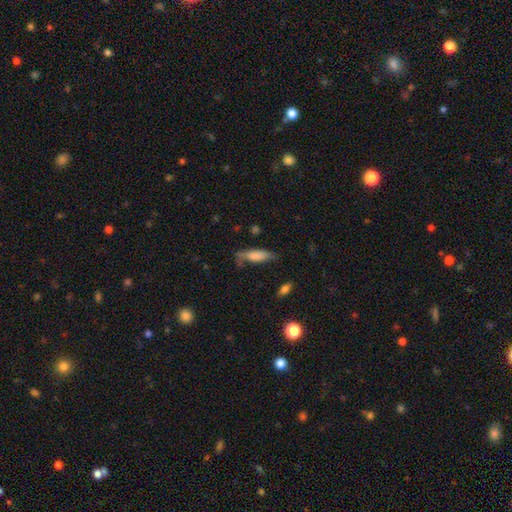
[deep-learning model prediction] Overall: smooth (73%). How rounded: cigar-shaped (49%, tied with in between). Merging: none (49%; minor disturbance 30%).